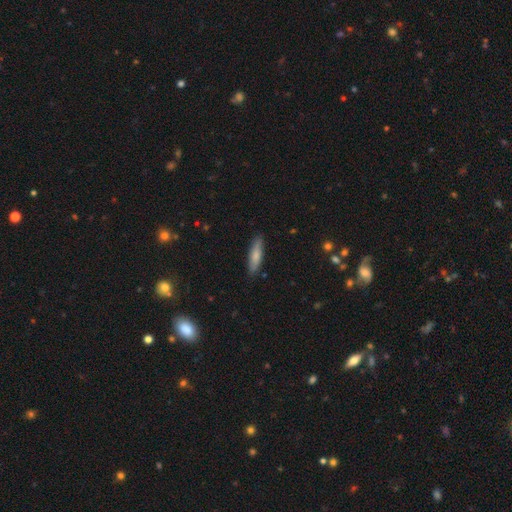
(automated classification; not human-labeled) smooth-or-featured: smooth: 75% | featured or disk: 19% | star or artifact: 6%
  how-rounded: cigar-shaped: 73% | in between: 25% | round: 2%
  merging: none: 85% | minor disturbance: 12% | major disturbance: 2% | merger: 1%